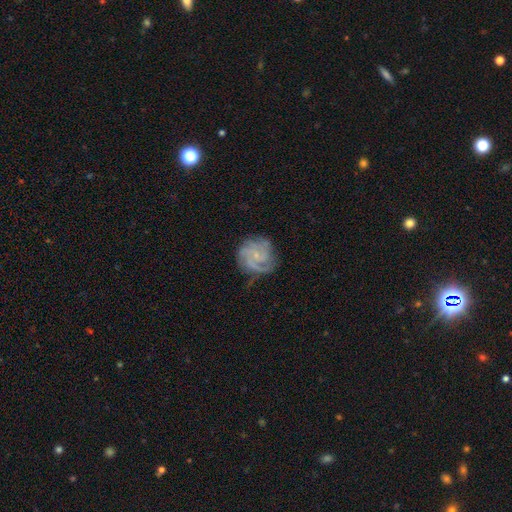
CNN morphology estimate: Smooth or featured? featured or disk (84%)
Edge-on disk? no (98%)
Bar? no (72%)
Spiral arms? yes (97%)
Spiral winding? tight (55%)
Spiral arm count? 3 (42%)
Bulge size? small (78%)
Merging? none (71%)